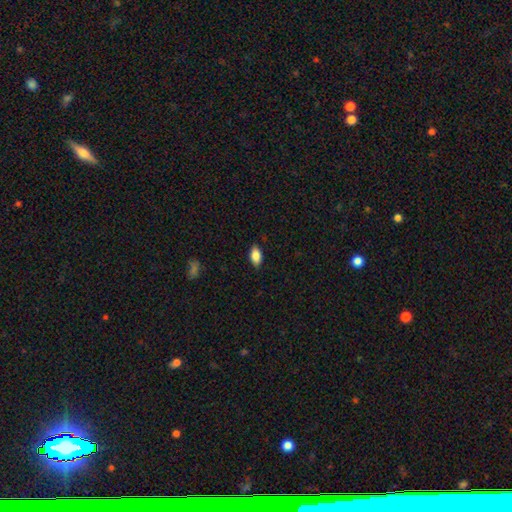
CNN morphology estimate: Smooth or featured? Predicted: smooth (p=0.81). How rounded? Predicted: in between (p=0.90). Merging? Predicted: none (p=0.86).